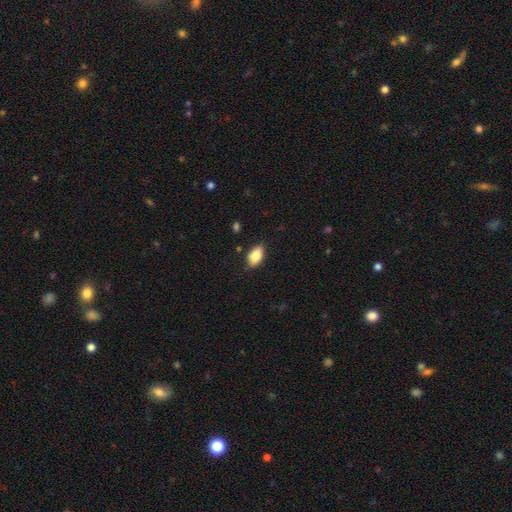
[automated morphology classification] Q: Smooth or featured?
A: smooth (81%); runner-up: featured or disk (12%)
Q: How rounded?
A: in between (90%); runner-up: round (7%)
Q: Merging?
A: none (81%); runner-up: minor disturbance (15%)